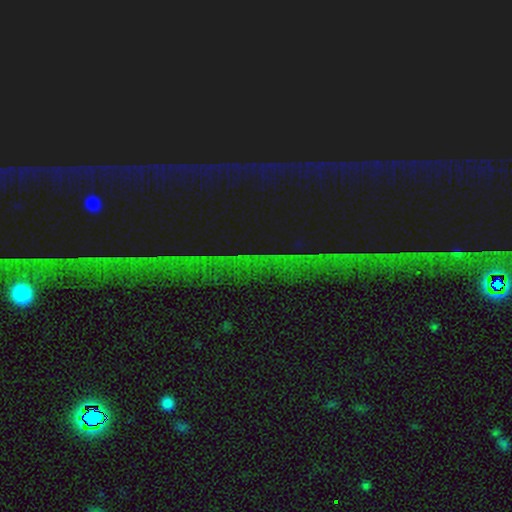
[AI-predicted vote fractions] This is clearly a star or artifact rather than a galaxy (84%).